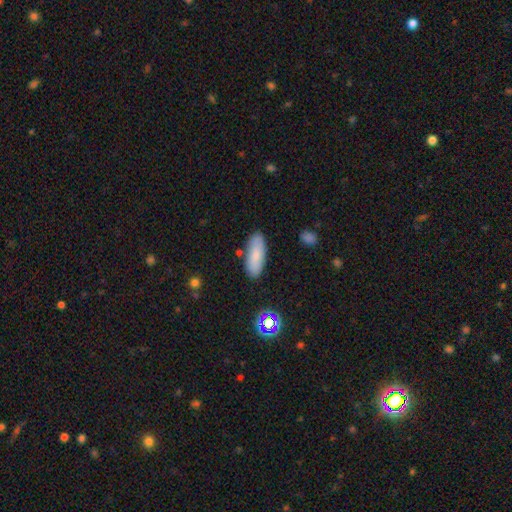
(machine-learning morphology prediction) A smooth galaxy with no disk features (81%) that is in between round and cigar-shaped (69%).

Vote fractions:
- Smooth or featured? smooth: 81% / featured or disk: 12% / star or artifact: 8%
- How rounded? in between: 69% / cigar-shaped: 29% / round: 2%
- Merging? none: 83% / minor disturbance: 11% / merger: 3% / major disturbance: 2%